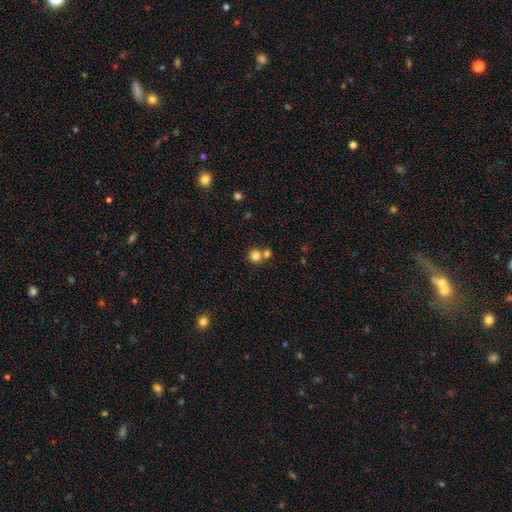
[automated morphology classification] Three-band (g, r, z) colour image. It shows a smooth galaxy with no disk features (82%) that is round (88%). Merging: none (57%).